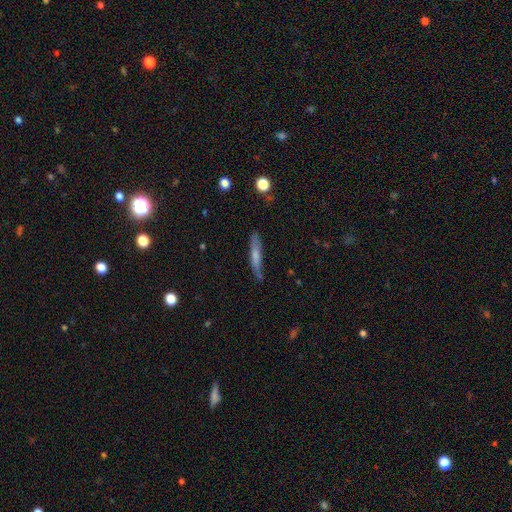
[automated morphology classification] A smooth galaxy with no disk features (60%) that is cigar-shaped (90%).

Vote fractions:
- Smooth or featured? smooth: 60% / featured or disk: 33% / star or artifact: 7%
- How rounded? cigar-shaped: 90% / in between: 8% / round: 2%
- Merging? none: 75% / minor disturbance: 19% / major disturbance: 4% / merger: 2%